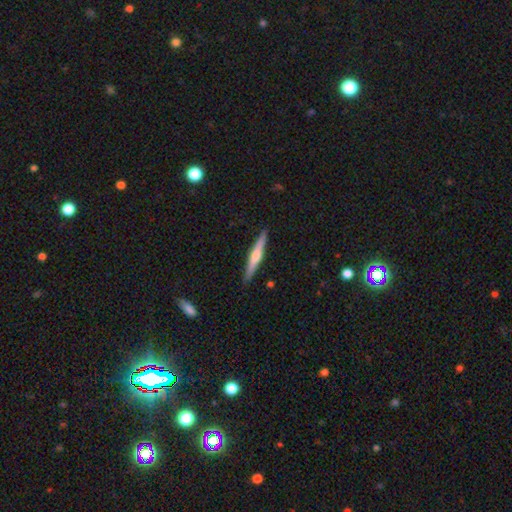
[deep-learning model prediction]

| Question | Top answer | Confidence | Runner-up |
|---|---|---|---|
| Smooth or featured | featured or disk | 59% | smooth (36%) |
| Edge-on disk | yes | 97% | no (3%) |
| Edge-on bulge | rounded | 79% | none (13%) |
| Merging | none | 91% | minor disturbance (7%) |